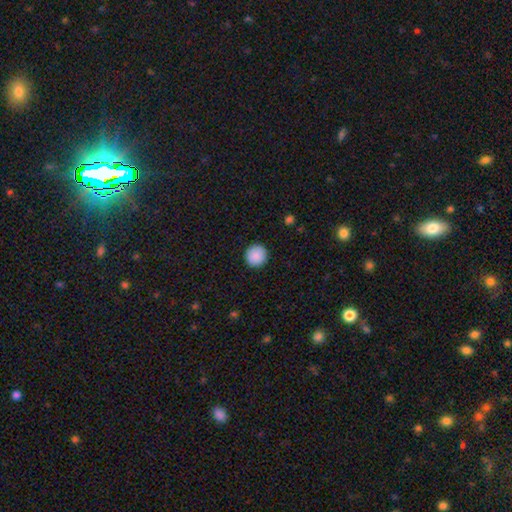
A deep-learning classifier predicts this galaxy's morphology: The model was most divided on "smooth or featured": smooth: 89%, star or artifact: 8%, featured or disk: 3%. More confident: how rounded — round (95%); merging — none (93%).